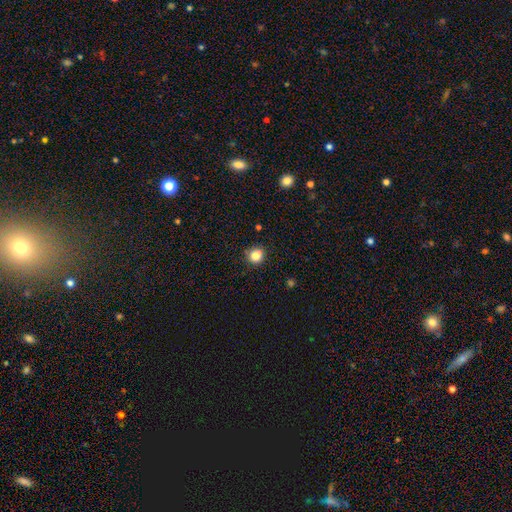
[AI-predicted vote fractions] Smooth or featured? smooth (84%)
How rounded? round (86%)
Merging? none (88%)